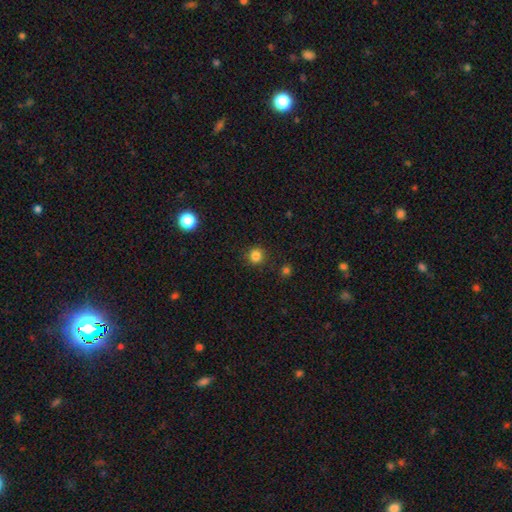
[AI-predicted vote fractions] Smooth or featured? Predicted: smooth (p=0.83). How rounded? Predicted: round (p=0.92). Merging? Predicted: none (p=0.90).